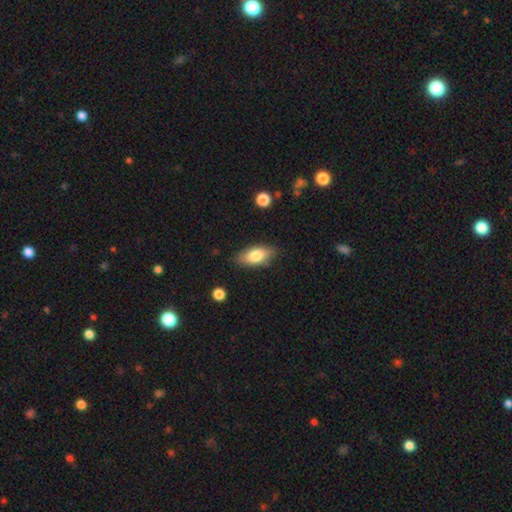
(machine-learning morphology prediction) Q: Smooth or featured?
A: smooth (77%); runner-up: featured or disk (17%)
Q: How rounded?
A: in between (83%); runner-up: cigar-shaped (14%)
Q: Merging?
A: none (83%); runner-up: minor disturbance (13%)